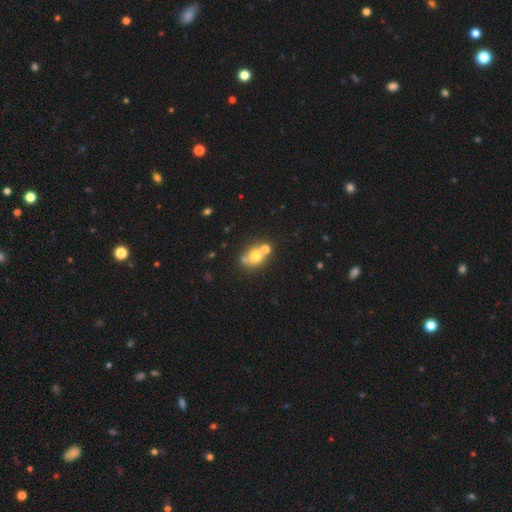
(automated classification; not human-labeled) Smooth or featured? smooth (68%)
How rounded? round (65%)
Merging? none (48%)